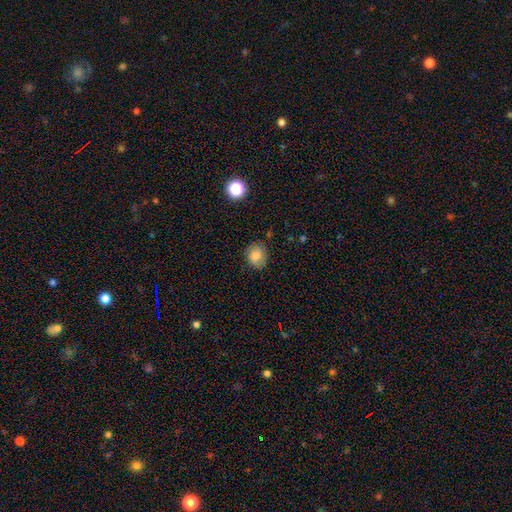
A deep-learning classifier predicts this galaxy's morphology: Q: Smooth or featured?
A: smooth (72%); runner-up: featured or disk (18%)
Q: How rounded?
A: round (66%); runner-up: in between (33%)
Q: Merging?
A: none (77%); runner-up: minor disturbance (17%)